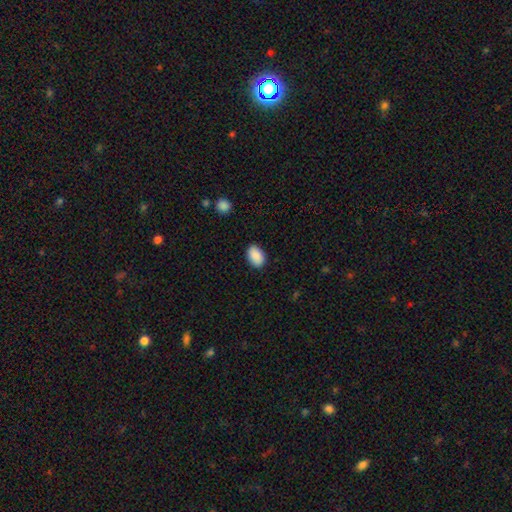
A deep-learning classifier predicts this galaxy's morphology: This appears to be a smooth galaxy with no disk features (89%) that is in between round and cigar-shaped (87%). Merging: none (87%).